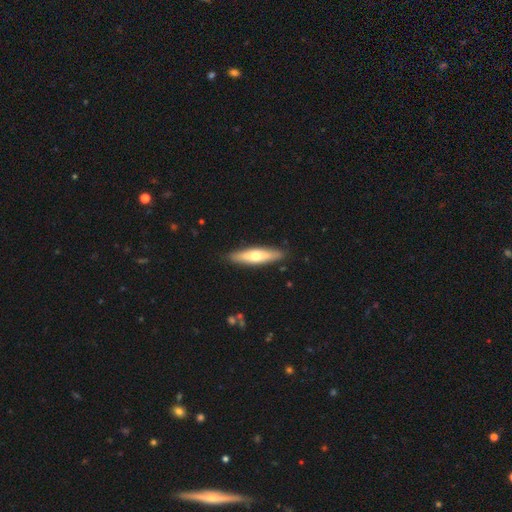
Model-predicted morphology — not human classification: Q: Smooth or featured?
A: smooth (51%); runner-up: featured or disk (44%)
Q: How rounded?
A: cigar-shaped (70%); runner-up: in between (28%)
Q: Merging?
A: none (88%); runner-up: minor disturbance (9%)